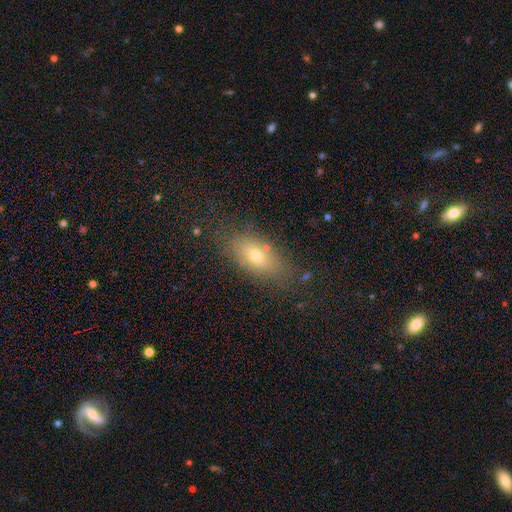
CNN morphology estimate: smooth 68%, featured or disk 20%, star or artifact 12%. Down the decision tree: how rounded — in between (81%); merging — none (77%).